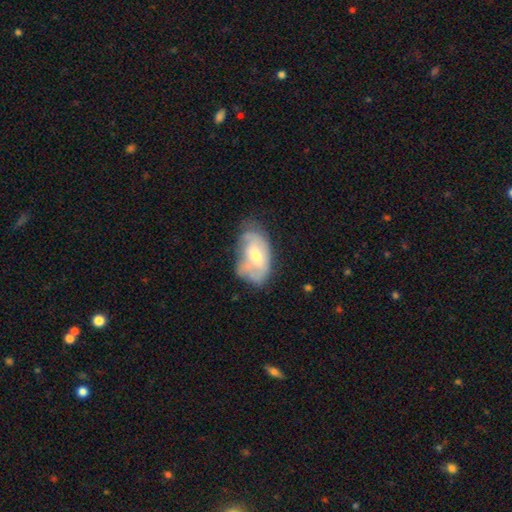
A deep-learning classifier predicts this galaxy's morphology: The model was most divided on "bar": weak: 47%, no: 38%, strong: 15%. Remaining: edge-on disk — no (94%); spiral arms — yes (63%); bulge size — moderate (62%); smooth or featured — featured or disk (59%); merging — none (45%).